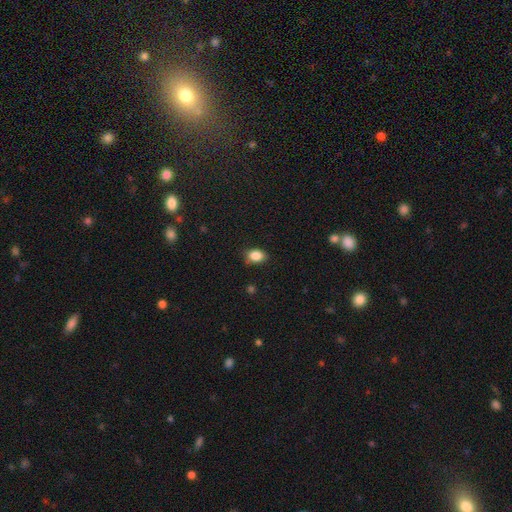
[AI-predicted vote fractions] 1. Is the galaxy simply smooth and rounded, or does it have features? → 87% smooth, 9% star or artifact, 4% featured or disk.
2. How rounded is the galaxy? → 74% in between, 25% round, 1% cigar-shaped.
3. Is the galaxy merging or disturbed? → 78% none, 17% minor disturbance, 3% major disturbance, 2% merger.